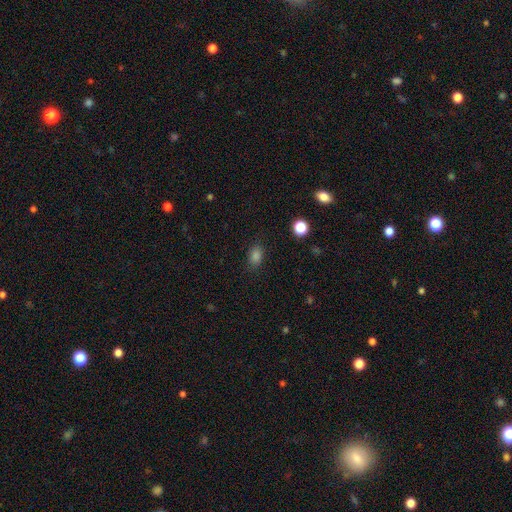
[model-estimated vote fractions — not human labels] Smooth or featured? smooth (81%)
How rounded? in between (79%)
Merging? none (84%)